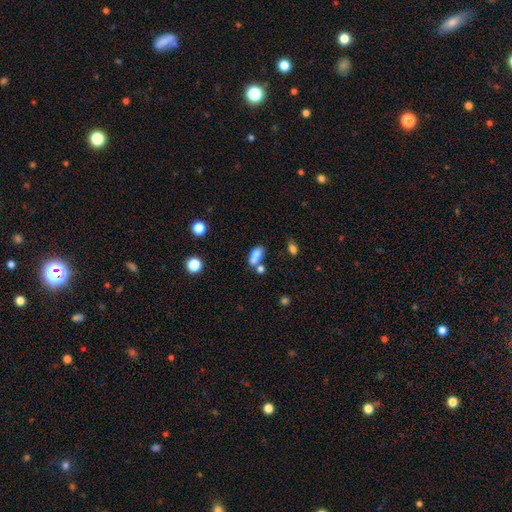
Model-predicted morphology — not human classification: The model was most divided on "merging": none: 42%, merger: 37%, minor disturbance: 14%, major disturbance: 7%. More confident: how rounded — in between (81%); smooth or featured — smooth (78%).